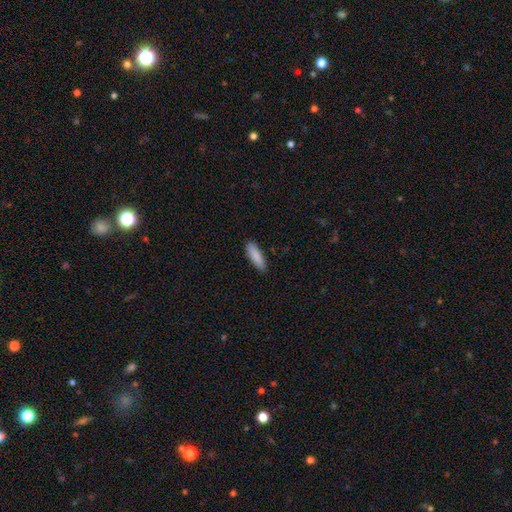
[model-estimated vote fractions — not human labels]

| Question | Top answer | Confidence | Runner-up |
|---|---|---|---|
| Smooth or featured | smooth | 88% | featured or disk (6%) |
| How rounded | cigar-shaped | 53% | in between (46%) |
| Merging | none | 87% | minor disturbance (10%) |